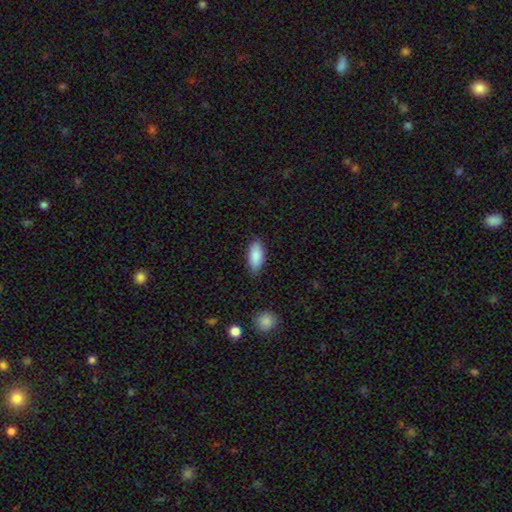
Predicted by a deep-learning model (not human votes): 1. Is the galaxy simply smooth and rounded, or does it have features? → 88% smooth, 6% star or artifact, 6% featured or disk.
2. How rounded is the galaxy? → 86% in between, 12% cigar-shaped, 2% round.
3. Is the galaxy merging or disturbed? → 81% none, 15% minor disturbance, 3% major disturbance, 1% merger.